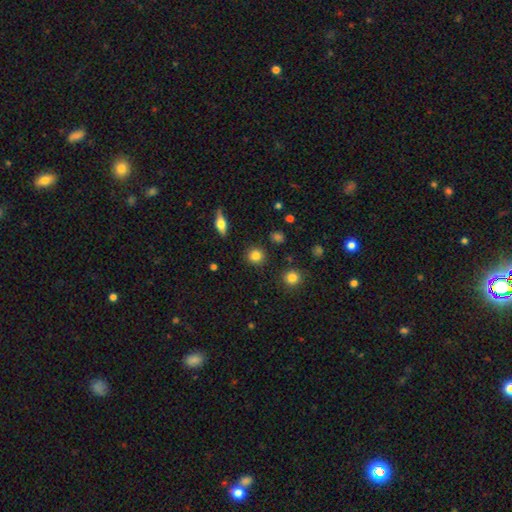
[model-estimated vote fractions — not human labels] smooth_or_featured: smooth (p=0.83) [alt: star or artifact p=0.10]
how_rounded: round (p=0.91) [alt: in between p=0.08]
merging: none (p=0.90) [alt: minor disturbance p=0.06]